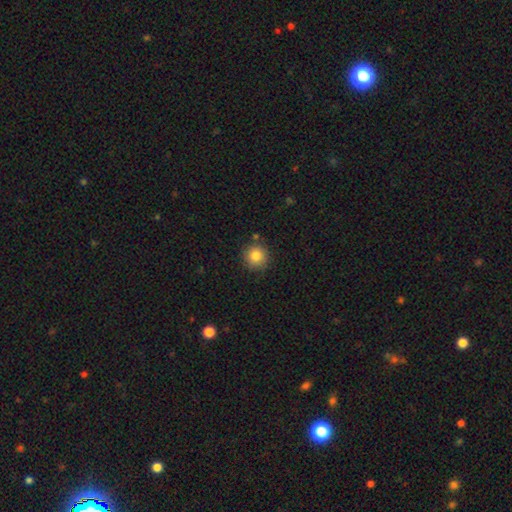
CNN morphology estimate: This is clearly a smooth galaxy (84%). How rounded: clearly round (94%). Merging: clearly none (85%).